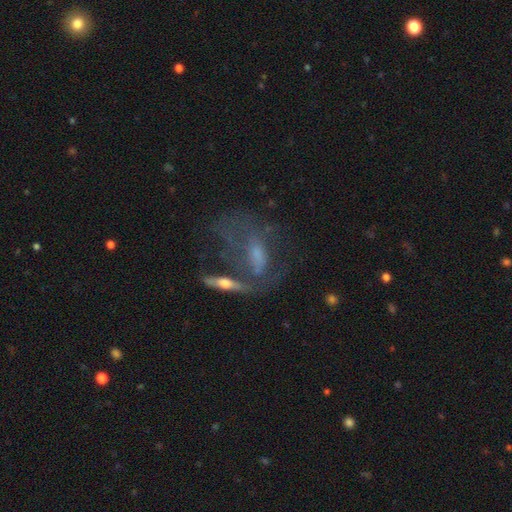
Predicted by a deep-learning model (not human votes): Smooth or featured: featured or disk — 63% (smooth — 24%)
Edge-on disk: no — 77% (yes — 23%)
Merging: none — 35% (merger — 27%)